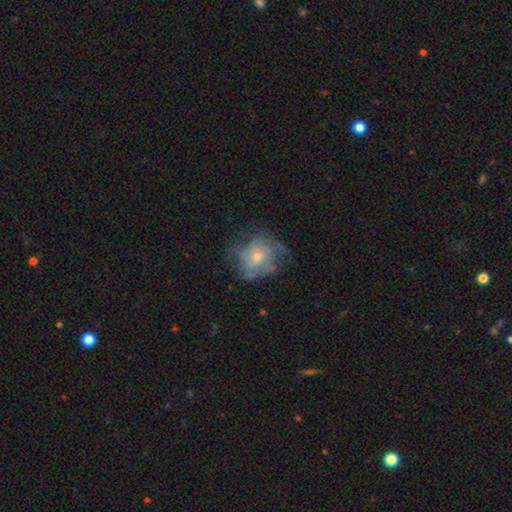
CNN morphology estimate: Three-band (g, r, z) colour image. It shows a featured or disk galaxy (58%) with no bar (77%), spiral arms (64%) and a moderate central bulge (47%). Merging: none (60%).